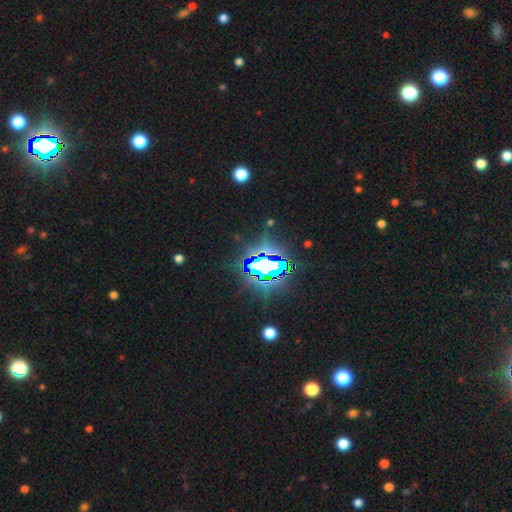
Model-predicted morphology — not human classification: type=star or artifact (80%).